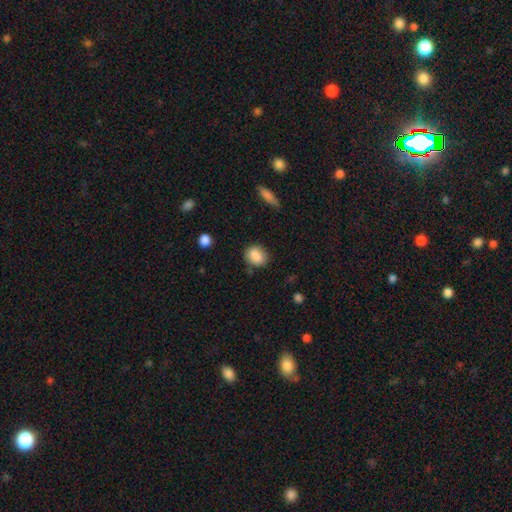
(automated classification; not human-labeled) Morphology: type=smooth (86%); roundness=in between (51%); merging=none (78%).